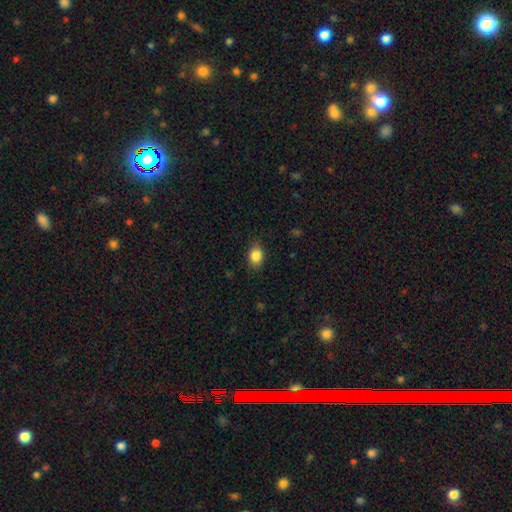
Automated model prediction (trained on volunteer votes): Q: Smooth or featured?
A: smooth (86%); runner-up: star or artifact (9%)
Q: How rounded?
A: in between (70%); runner-up: round (28%)
Q: Merging?
A: none (82%); runner-up: minor disturbance (14%)